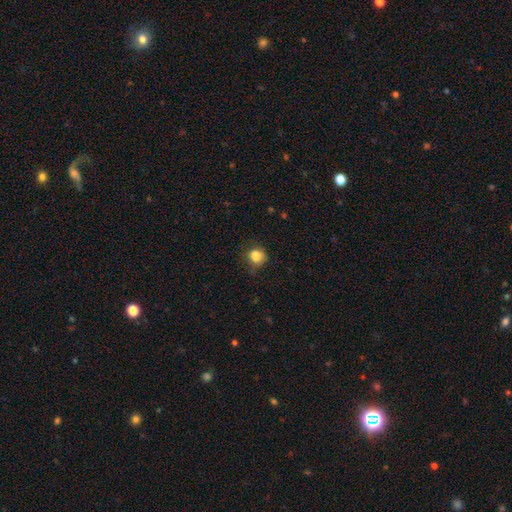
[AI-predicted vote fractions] A smooth galaxy with no disk features (82%) that is round (66%).

Vote fractions:
- Smooth or featured? smooth: 82% / star or artifact: 11% / featured or disk: 8%
- How rounded? round: 66% / in between: 33% / cigar-shaped: 1%
- Merging? none: 61% / minor disturbance: 27% / major disturbance: 10% / merger: 2%